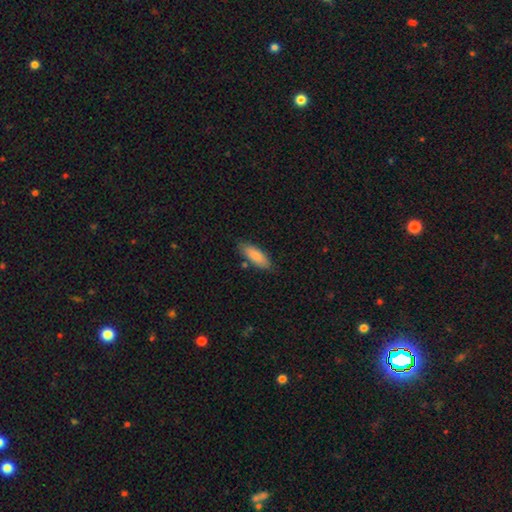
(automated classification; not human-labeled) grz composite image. It shows a smooth galaxy with no disk features (86%) that is in between round and cigar-shaped (65%). Merging: none (81%).